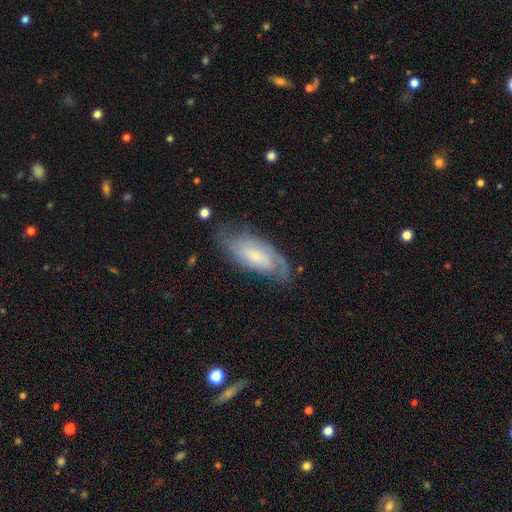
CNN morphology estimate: The model was most divided on "spiral winding": tight: 46%, medium: 38%, loose: 15%. More confident: spiral arms — yes (91%); edge-on disk — no (90%); merging — none (70%); smooth or featured — featured or disk (69%); bulge size — small (66%); bar — no (56%); spiral arm count — 2 (50%).